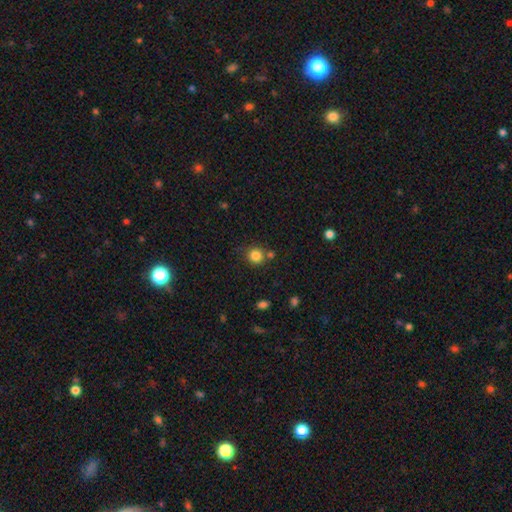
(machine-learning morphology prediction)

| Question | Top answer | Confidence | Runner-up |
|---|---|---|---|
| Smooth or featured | smooth | 83% | star or artifact (11%) |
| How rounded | round | 88% | in between (12%) |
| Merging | none | 73% | merger (12%) |